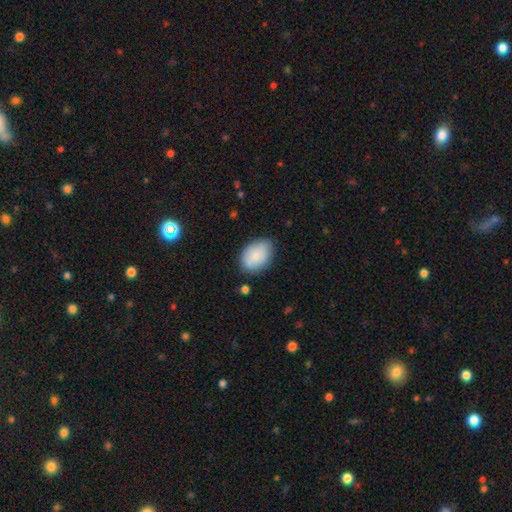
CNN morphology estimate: Overall: smooth (83%). How rounded: in between (82%). Merging: none (75%).